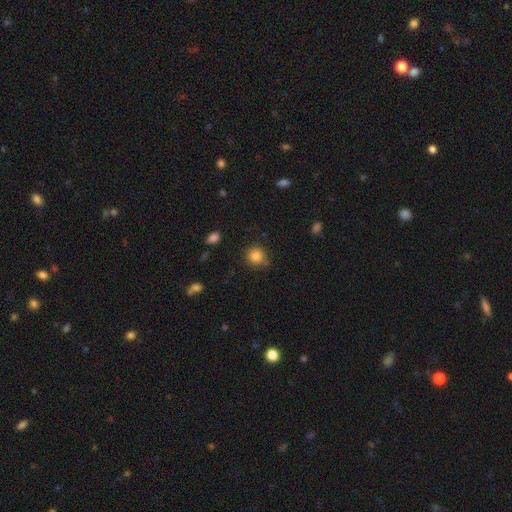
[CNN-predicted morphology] Smooth or featured: smooth — 84% (star or artifact — 11%)
How rounded: round — 88% (in between — 11%)
Merging: none — 75% (minor disturbance — 16%)